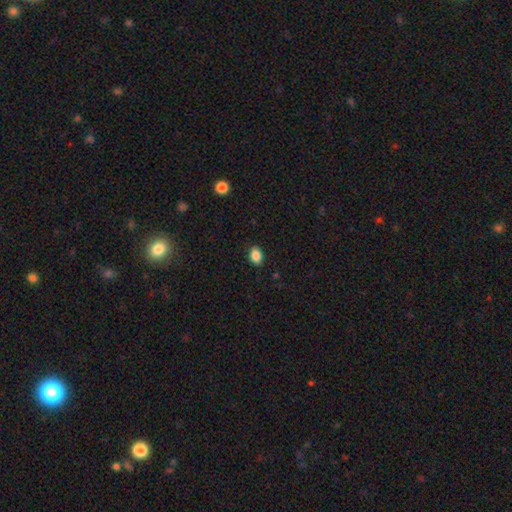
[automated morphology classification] type=smooth (87%); roundness=in between (78%); merging=none (88%).